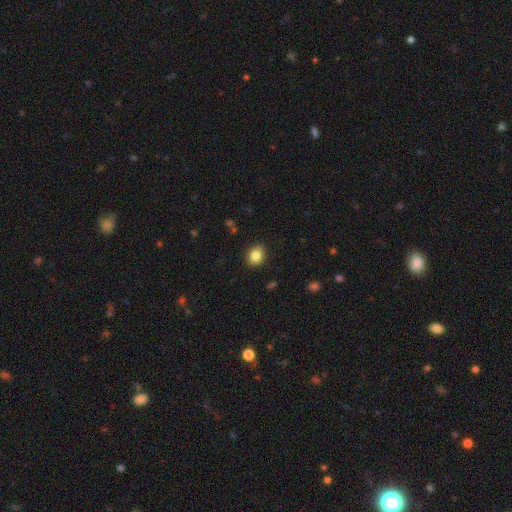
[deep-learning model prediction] Smooth or featured: smooth — 84% (star or artifact — 9%)
How rounded: round — 58% (in between — 42%)
Merging: none — 89% (minor disturbance — 8%)